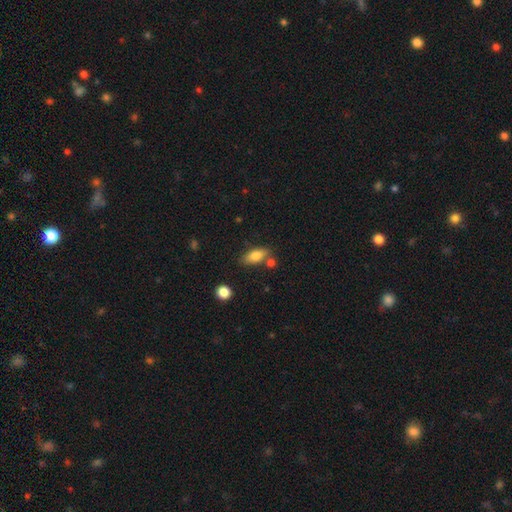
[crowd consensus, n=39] Smooth or featured?
  - smooth: 85% *
  - featured or disk: 15%
  - star or artifact: 0%
How rounded?
  - in between: 79% *
  - cigar-shaped: 12%
  - round: 9%
Merging?
  - none: 72% *
  - merger: 18%
  - major disturbance: 8%
  - minor disturbance: 3%